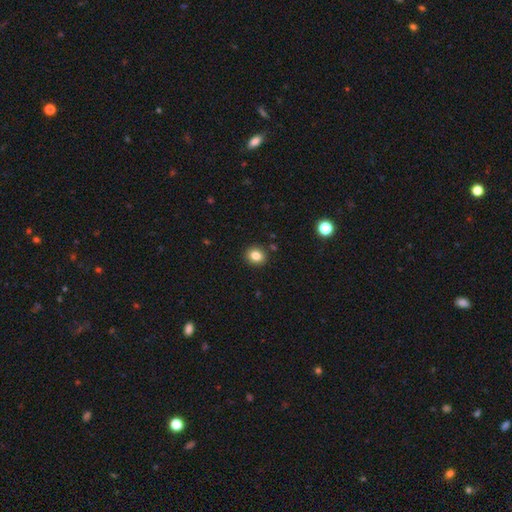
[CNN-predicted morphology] smooth-or-featured: smooth: 83% | star or artifact: 11% | featured or disk: 6%
  how-rounded: round: 71% | in between: 28% | cigar-shaped: 1%
  merging: none: 90% | minor disturbance: 7% | major disturbance: 2% | merger: 2%